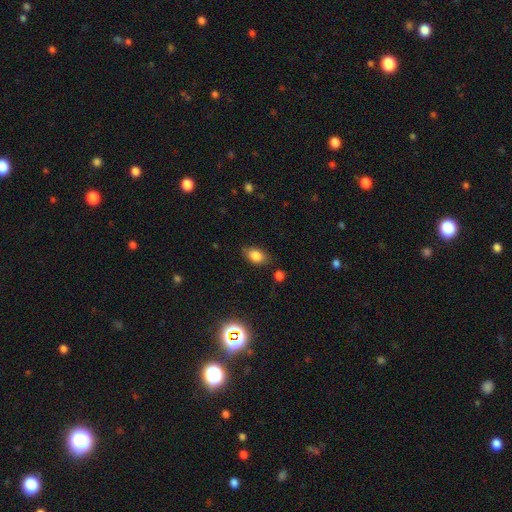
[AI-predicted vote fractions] A smooth galaxy with no disk features (82%) that is in between round and cigar-shaped (86%). Merging: none (81%).